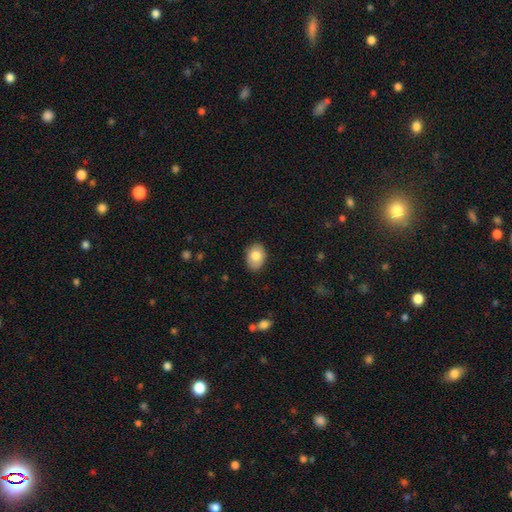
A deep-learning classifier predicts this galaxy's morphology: Smooth or featured: smooth — 78% (featured or disk — 14%)
How rounded: in between — 70% (round — 29%)
Merging: none — 82% (minor disturbance — 14%)